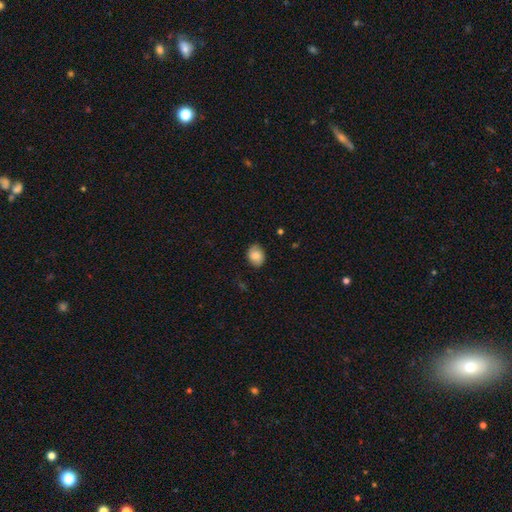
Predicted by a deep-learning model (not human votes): A smooth galaxy with no disk features (78%) that is in between round and cigar-shaped (63%).

Vote fractions:
- Smooth or featured? smooth: 78% / featured or disk: 13% / star or artifact: 8%
- How rounded? in between: 63% / round: 36% / cigar-shaped: 1%
- Merging? none: 80% / minor disturbance: 15% / major disturbance: 3% / merger: 1%